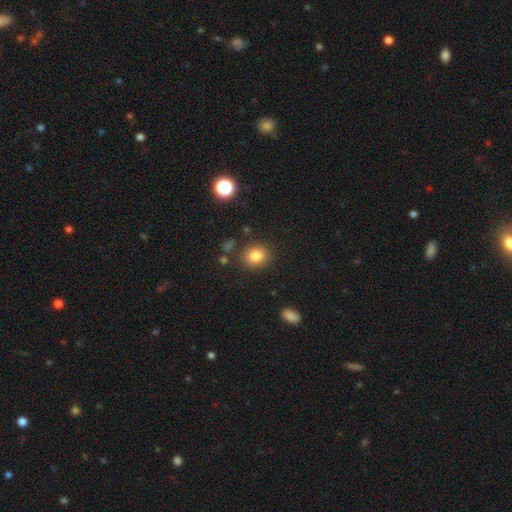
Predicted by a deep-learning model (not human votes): This appears to be a smooth galaxy with no disk features (83%) that is round (74%). Merging: none (84%).